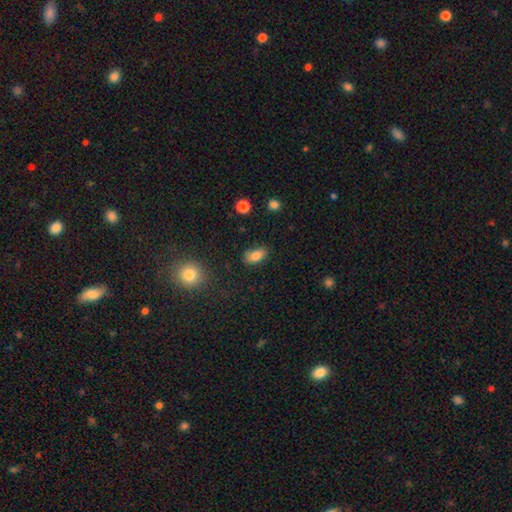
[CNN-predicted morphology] A smooth galaxy with no disk features (83%) that is in between round and cigar-shaped (89%).

Vote fractions:
- Smooth or featured? smooth: 83% / star or artifact: 9% / featured or disk: 8%
- How rounded? in between: 89% / round: 6% / cigar-shaped: 5%
- Merging? none: 72% / minor disturbance: 20% / major disturbance: 5% / merger: 3%